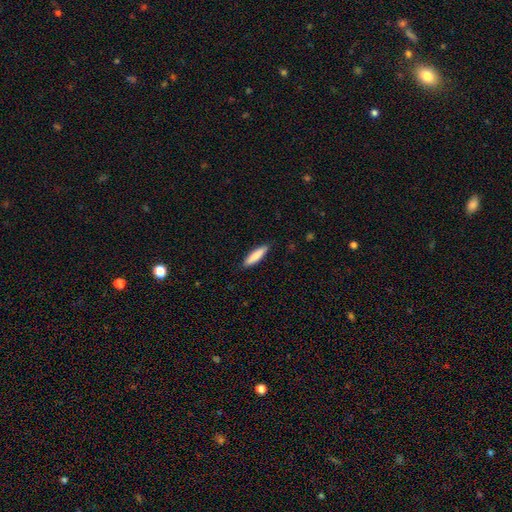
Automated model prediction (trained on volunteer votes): Overall: smooth (81%). How rounded: cigar-shaped (74%). Merging: none (88%).